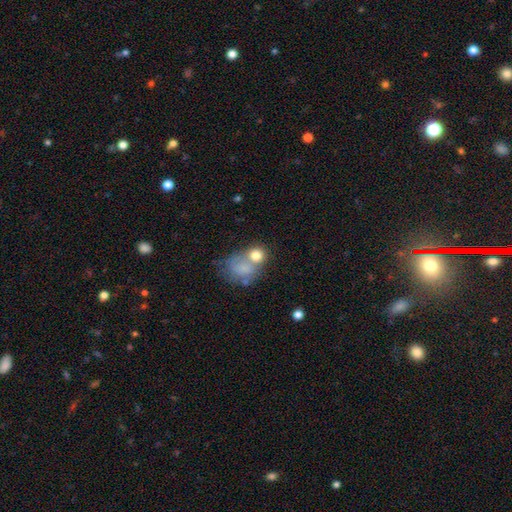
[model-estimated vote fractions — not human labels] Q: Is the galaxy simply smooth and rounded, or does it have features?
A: smooth — 74%.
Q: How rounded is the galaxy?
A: round — 60%.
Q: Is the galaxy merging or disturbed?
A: merger — 47%.